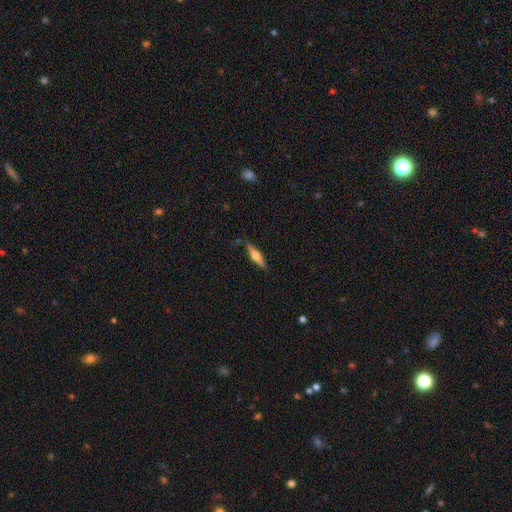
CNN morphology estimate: Smooth or featured?
  - featured or disk: 57% *
  - smooth: 37%
  - star or artifact: 6%
Edge-on disk?
  - yes: 95% *
  - no: 5%
Edge-on bulge?
  - rounded: 91% *
  - boxy: 6%
  - none: 3%
Merging?
  - none: 85% *
  - minor disturbance: 11%
  - major disturbance: 2%
  - merger: 2%